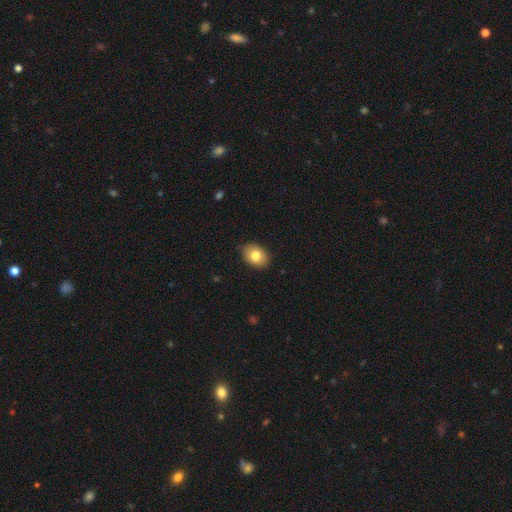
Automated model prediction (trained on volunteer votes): Smooth or featured: smooth — 79% (featured or disk — 12%)
How rounded: in between — 73% (round — 26%)
Merging: none — 84% (minor disturbance — 13%)